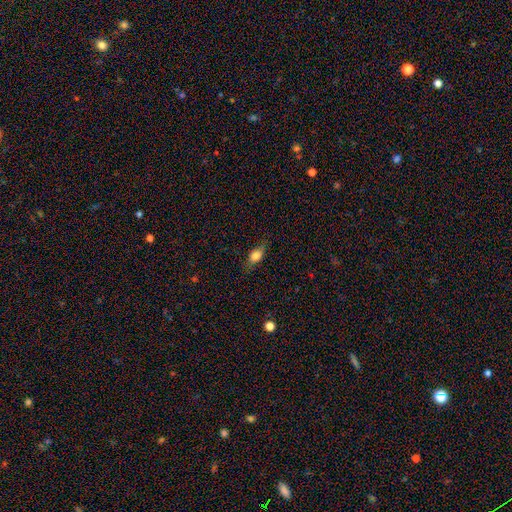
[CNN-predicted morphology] A smooth galaxy with no disk features (75%) that is in between round and cigar-shaped (76%). Merging: none (72%).